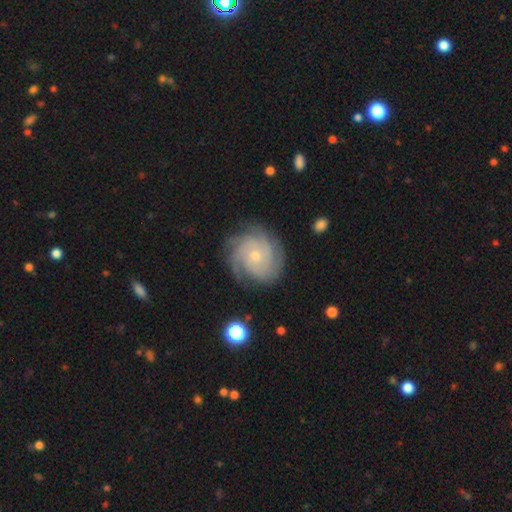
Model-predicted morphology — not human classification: Smooth or featured: featured or disk — 84% (smooth — 10%)
Edge-on disk: no — 98% (yes — 2%)
Bar: no — 78% (weak — 19%)
Spiral arms: yes — 97% (no — 3%)
Spiral winding: tight — 69% (medium — 26%)
Spiral arm count: 3 — 27% (can't tell — 24%)
Bulge size: small — 67% (moderate — 30%)
Merging: none — 79% (minor disturbance — 15%)